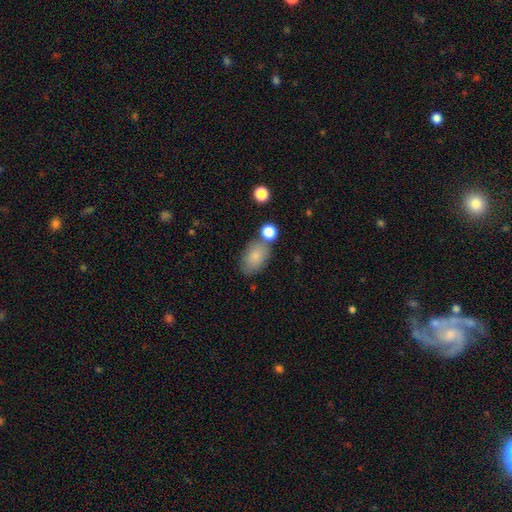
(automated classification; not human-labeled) Smooth or featured? smooth (82%)
How rounded? in between (87%)
Merging? none (66%)